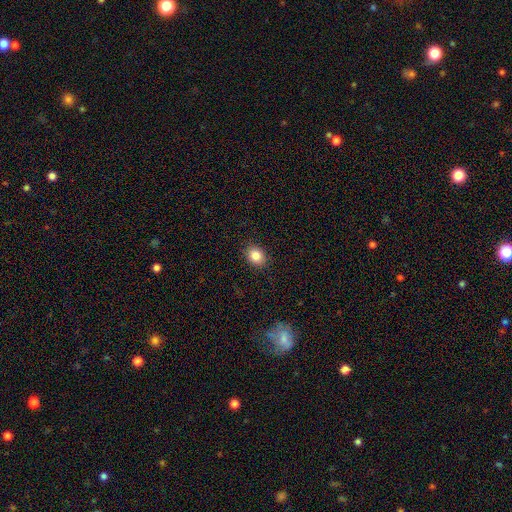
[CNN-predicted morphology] The model was most divided on "how rounded": round: 54%, in between: 46%, cigar-shaped: 1%. More confident: merging — none (90%); smooth or featured — smooth (84%).